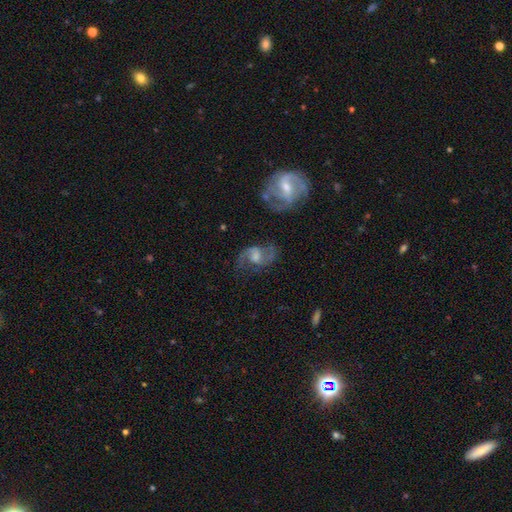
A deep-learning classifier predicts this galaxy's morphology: A featured or disk galaxy (80%) with a weak bar (51%), 2 (90%) loose (47%) spiral arms (93%) and a moderate central bulge (44%). Merging: none (66%).